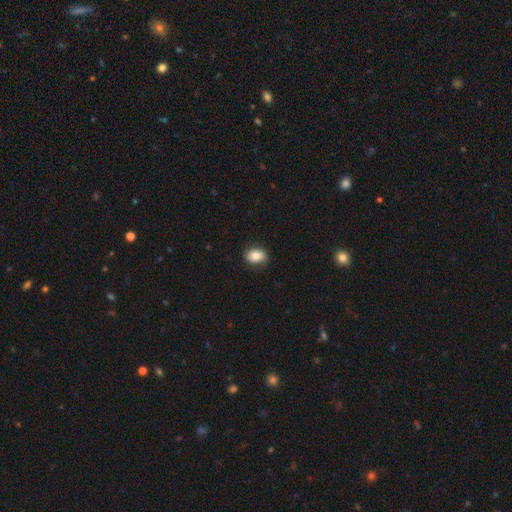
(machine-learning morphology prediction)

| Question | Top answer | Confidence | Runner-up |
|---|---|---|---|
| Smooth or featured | smooth | 79% | featured or disk (12%) |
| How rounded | in between | 66% | round (33%) |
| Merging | none | 85% | minor disturbance (12%) |